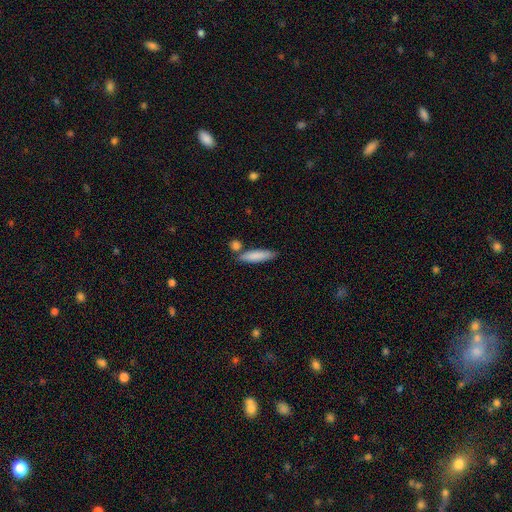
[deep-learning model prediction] smooth 83%, featured or disk 12%, star or artifact 5%. Down the decision tree: how rounded — cigar-shaped (73%); merging — none (73%).